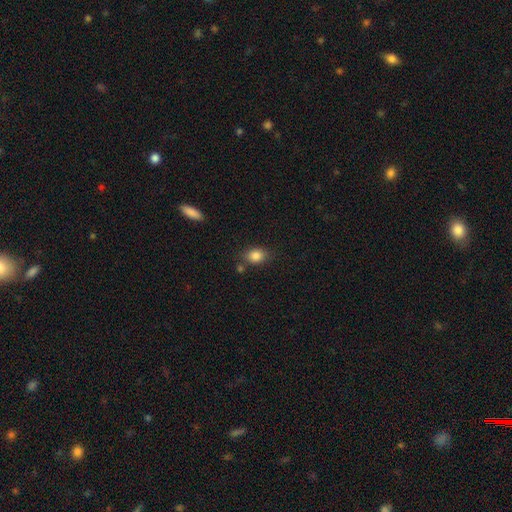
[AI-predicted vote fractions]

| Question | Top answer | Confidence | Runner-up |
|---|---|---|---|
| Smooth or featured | smooth | 85% | star or artifact (9%) |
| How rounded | in between | 67% | round (31%) |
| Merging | none | 73% | minor disturbance (15%) |